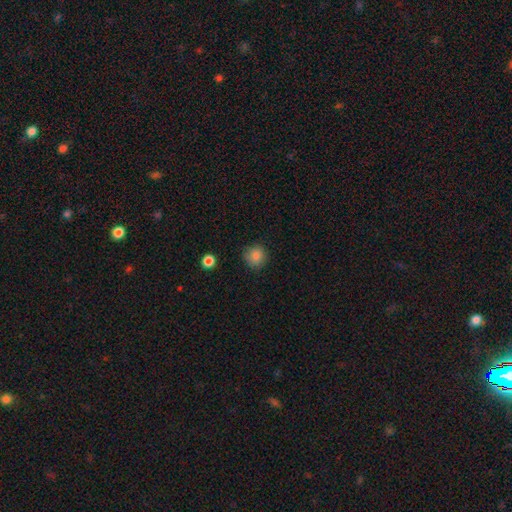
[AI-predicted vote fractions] Morphology: type=smooth (85%); roundness=round (93%); merging=none (87%).